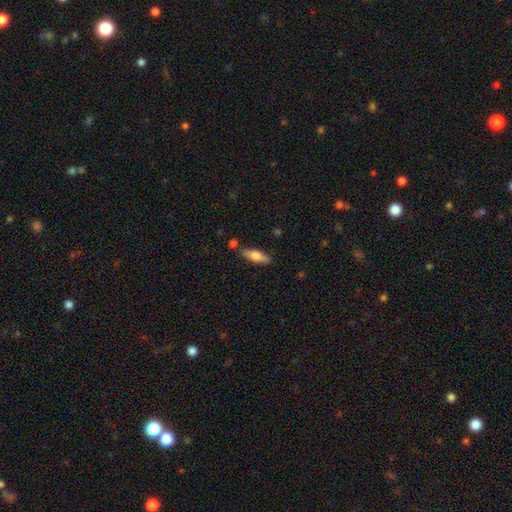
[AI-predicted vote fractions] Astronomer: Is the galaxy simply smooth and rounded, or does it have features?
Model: smooth — 68%.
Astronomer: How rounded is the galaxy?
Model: in between — 55% (runner-up: cigar-shaped, 43%).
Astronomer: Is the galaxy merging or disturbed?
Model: none — 77%.